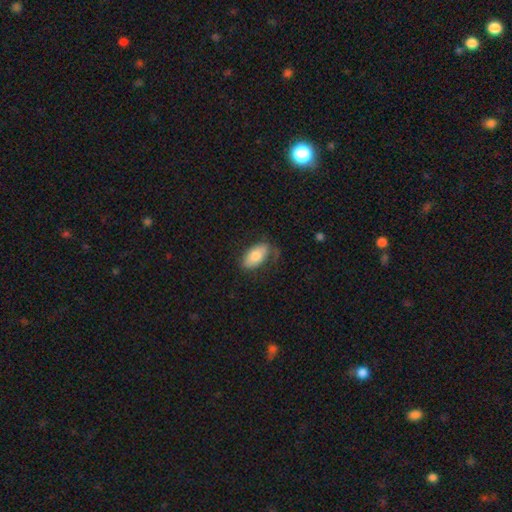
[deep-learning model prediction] Morphology: type=smooth (76%); roundness=in between (94%); merging=none (63%).